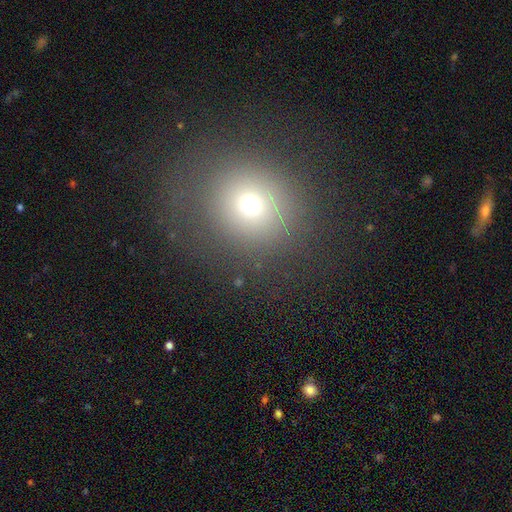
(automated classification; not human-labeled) smooth-or-featured: smooth: 67% | star or artifact: 21% | featured or disk: 12%
  how-rounded: round: 83% | in between: 16% | cigar-shaped: 1%
  merging: none: 78% | minor disturbance: 11% | major disturbance: 9% | merger: 2%